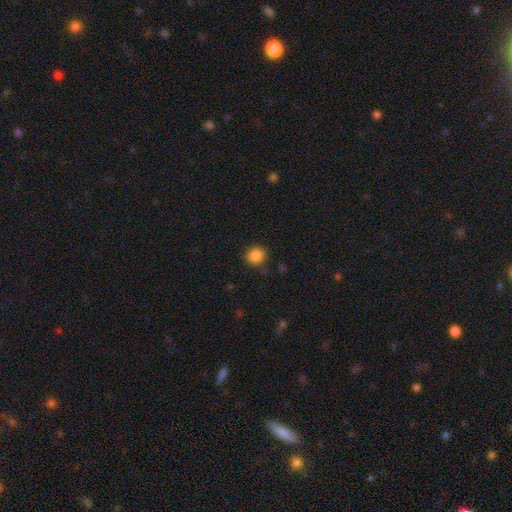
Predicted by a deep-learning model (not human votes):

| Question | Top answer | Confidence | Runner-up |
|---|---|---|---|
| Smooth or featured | smooth | 86% | star or artifact (11%) |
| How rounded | round | 88% | in between (11%) |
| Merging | none | 86% | minor disturbance (10%) |